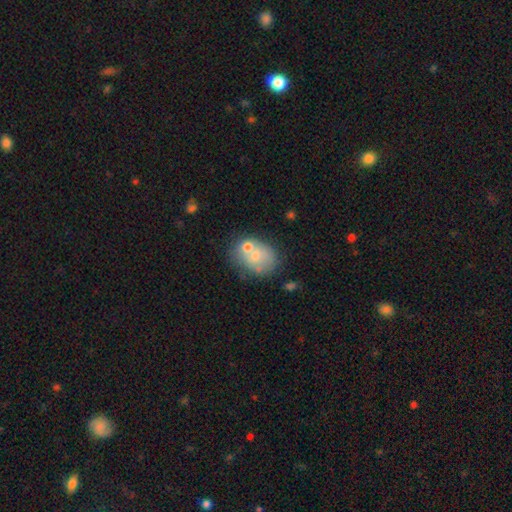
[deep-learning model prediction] Q: Smooth or featured?
A: smooth (61%); runner-up: featured or disk (30%)
Q: How rounded?
A: in between (55%); runner-up: round (44%)
Q: Merging?
A: none (41%); runner-up: merger (36%)